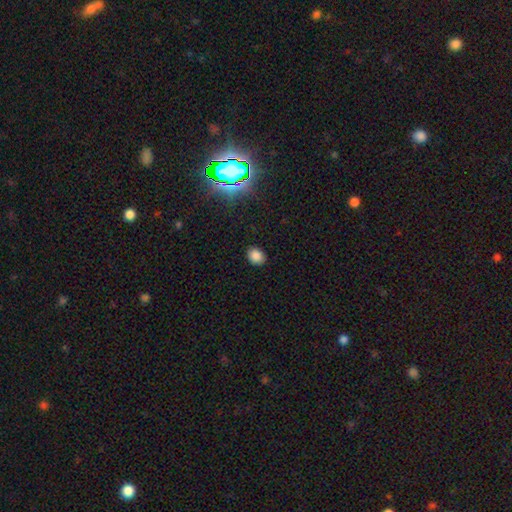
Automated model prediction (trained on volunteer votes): A smooth galaxy with no disk features (83%) that is in between round and cigar-shaped (51%).

Vote fractions:
- Smooth or featured? smooth: 83% / star or artifact: 13% / featured or disk: 4%
- How rounded? in between: 51% / round: 48% / cigar-shaped: 1%
- Merging? none: 88% / minor disturbance: 9% / major disturbance: 2% / merger: 1%